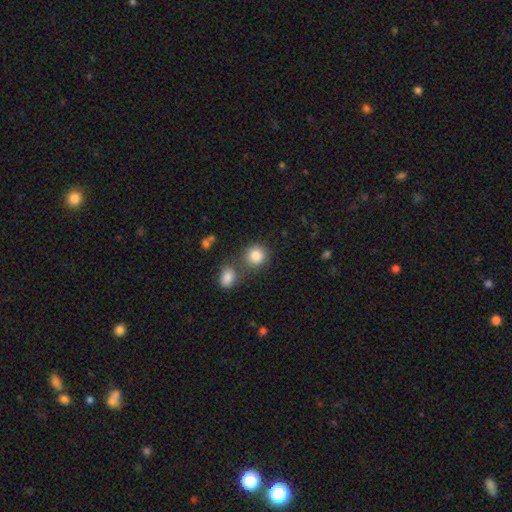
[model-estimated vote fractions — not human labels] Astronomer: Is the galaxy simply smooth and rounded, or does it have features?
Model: smooth — 85%.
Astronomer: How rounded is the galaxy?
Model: round — 84%.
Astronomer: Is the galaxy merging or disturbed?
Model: none — 64%.